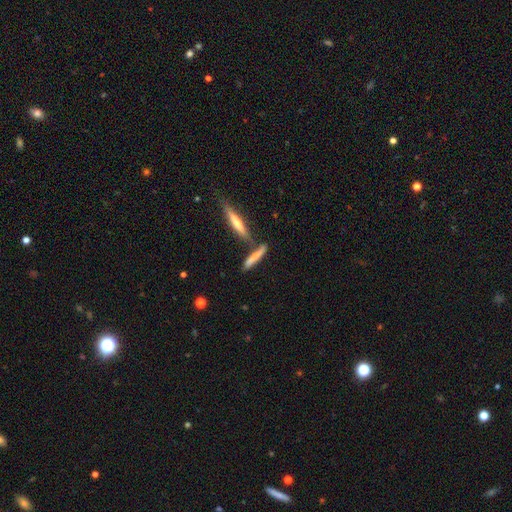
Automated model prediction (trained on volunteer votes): Smooth or featured?
  - smooth: 65% *
  - featured or disk: 27%
  - star or artifact: 8%
How rounded?
  - cigar-shaped: 87% *
  - in between: 10%
  - round: 2%
Merging?
  - none: 57% *
  - merger: 25%
  - minor disturbance: 13%
  - major disturbance: 5%